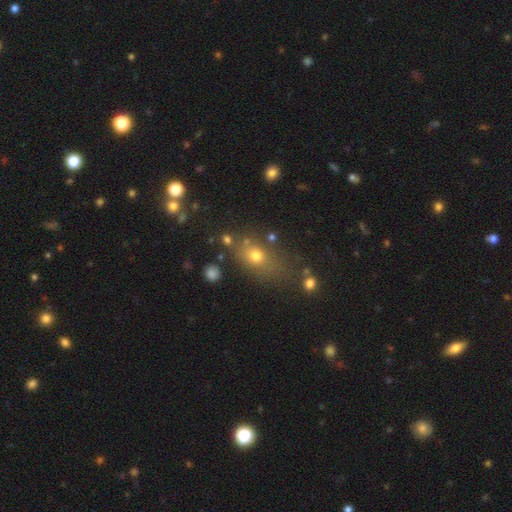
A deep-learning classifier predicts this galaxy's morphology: A smooth galaxy with no disk features (68%) that is in between round and cigar-shaped (58%). Merging: none (65%).